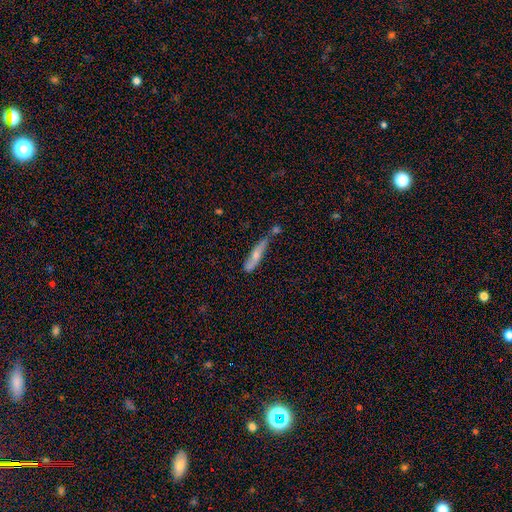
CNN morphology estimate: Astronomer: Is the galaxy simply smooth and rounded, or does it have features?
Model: smooth — 57% (runner-up: featured or disk, 36%).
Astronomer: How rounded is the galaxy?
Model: cigar-shaped — 86%.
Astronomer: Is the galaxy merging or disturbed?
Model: none — 48% (runner-up: minor disturbance, 25%).